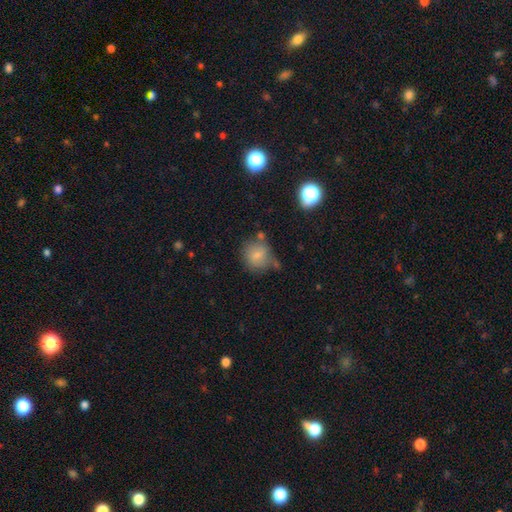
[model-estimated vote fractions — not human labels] This is likely a smooth galaxy (77%). How rounded: clearly round (84%). Merging: likely none (60%).